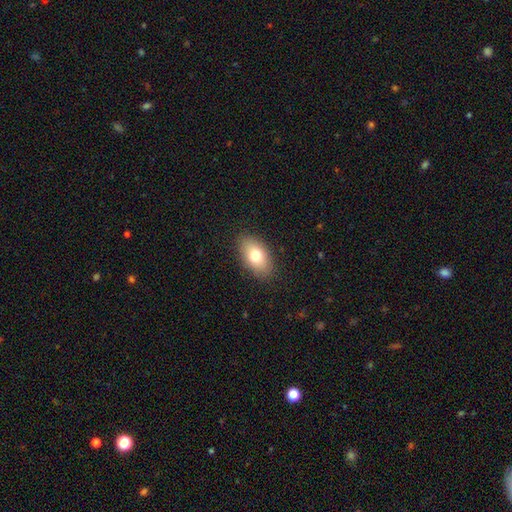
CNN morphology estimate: This appears to be a smooth galaxy with no disk features (76%) that is in between round and cigar-shaped (91%). Merging: none (87%).